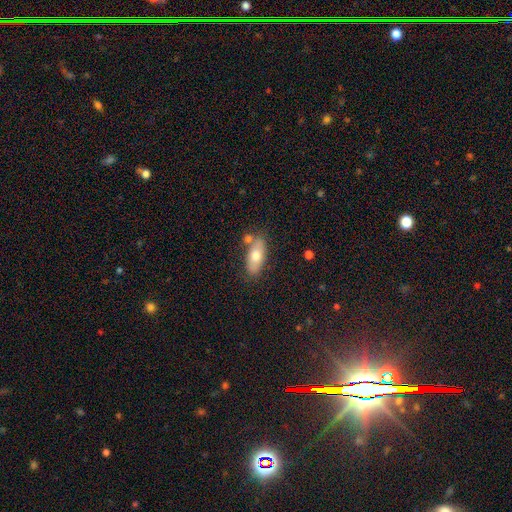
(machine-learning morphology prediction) Overall: smooth (66%; featured or disk 27%). How rounded: in between (81%). Merging: none (70%).